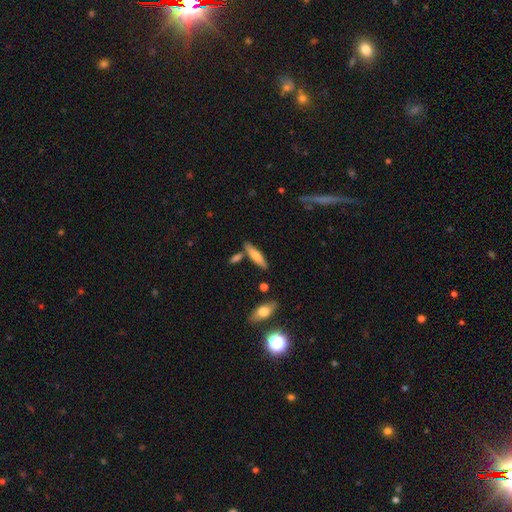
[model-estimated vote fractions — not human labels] The model was most divided on "how rounded": cigar-shaped: 68%, in between: 30%, round: 2%. More confident: merging — none (74%); smooth or featured — smooth (68%).